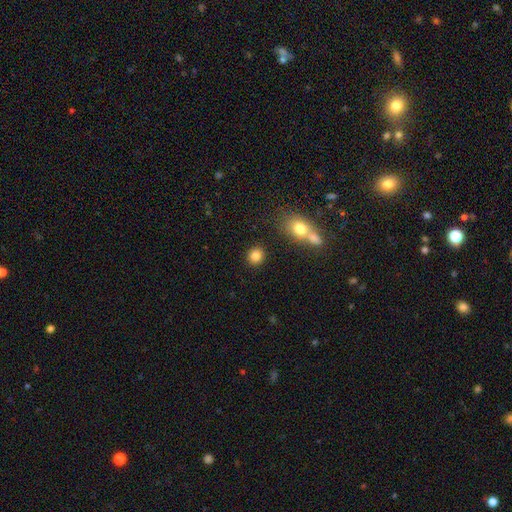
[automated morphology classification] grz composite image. It shows a smooth galaxy with no disk features (84%) that is round (82%). Merging: none (86%).